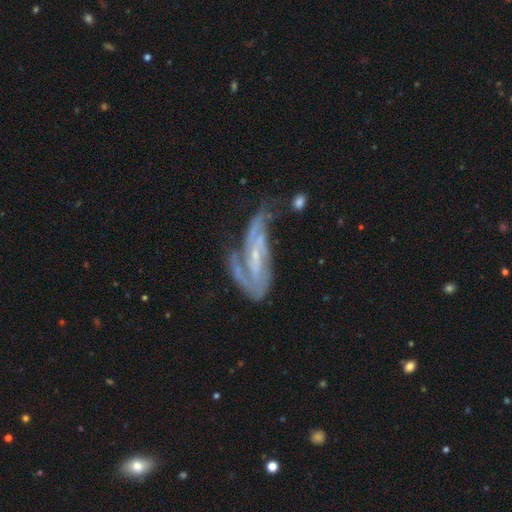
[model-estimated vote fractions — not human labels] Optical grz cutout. It shows a featured or disk galaxy (79%) with no bar (37%), 2 (51%) medium (40%) spiral arms (86%) and a small central bulge (72%). Merging: major disturbance (33%).